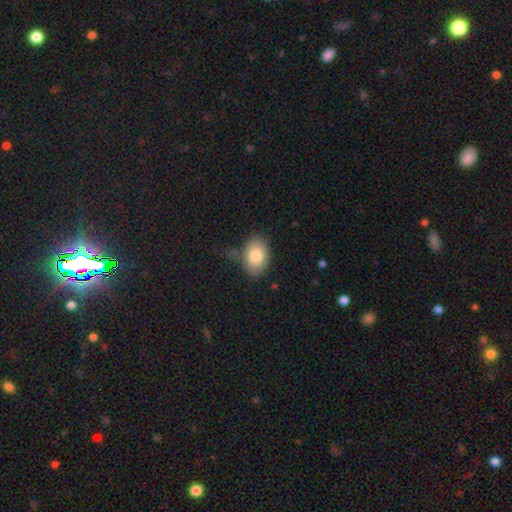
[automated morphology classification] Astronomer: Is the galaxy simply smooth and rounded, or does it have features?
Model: smooth — 81%.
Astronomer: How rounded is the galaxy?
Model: in between — 81%.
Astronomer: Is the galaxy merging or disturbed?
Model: none — 69%.